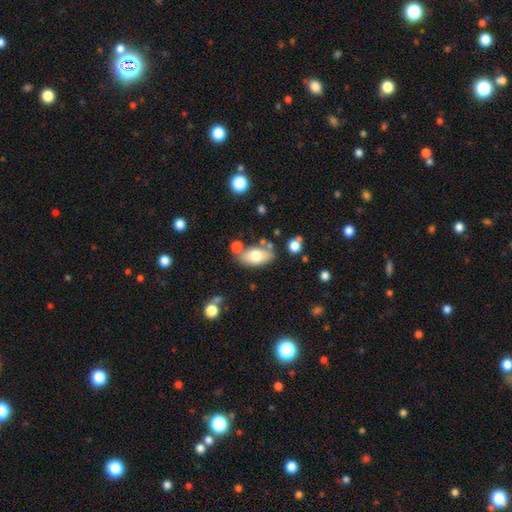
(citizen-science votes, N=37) Smooth or featured? smooth (70%)
How rounded? in between (96%)
Merging? none (75%)